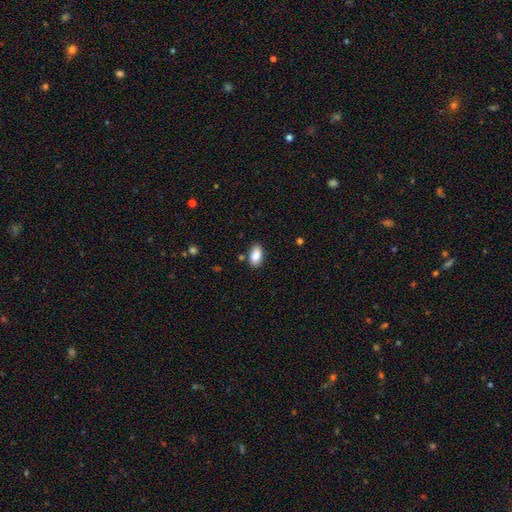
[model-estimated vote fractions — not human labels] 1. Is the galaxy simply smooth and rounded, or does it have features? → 87% smooth, 7% star or artifact, 5% featured or disk.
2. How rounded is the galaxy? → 93% in between, 4% round, 3% cigar-shaped.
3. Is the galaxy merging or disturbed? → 84% none, 11% minor disturbance, 2% major disturbance, 2% merger.